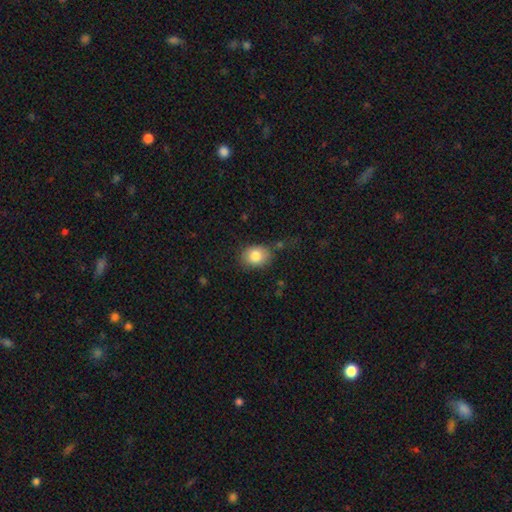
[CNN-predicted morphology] Smooth or featured? Predicted: smooth (p=0.83). How rounded? Predicted: in between (p=0.53). Merging? Predicted: none (p=0.77).